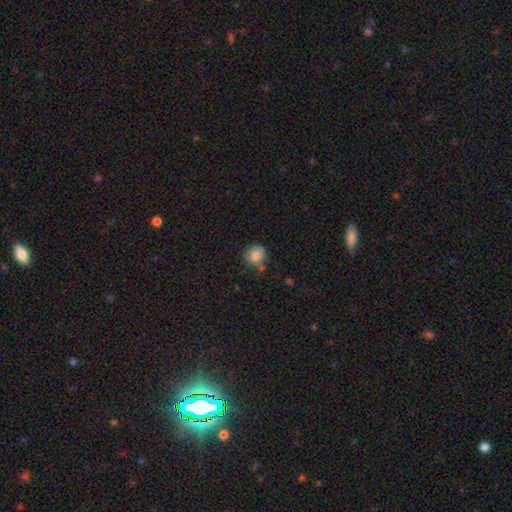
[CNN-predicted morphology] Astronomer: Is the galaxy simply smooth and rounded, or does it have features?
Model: smooth — 79%.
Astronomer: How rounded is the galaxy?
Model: round — 91%.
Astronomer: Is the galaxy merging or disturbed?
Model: none — 67%.